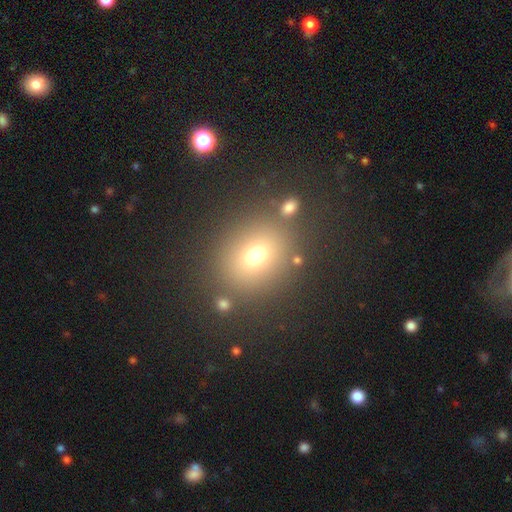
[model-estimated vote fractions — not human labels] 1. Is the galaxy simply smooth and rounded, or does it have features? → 71% smooth, 18% star or artifact, 11% featured or disk.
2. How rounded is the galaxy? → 67% round, 31% in between, 1% cigar-shaped.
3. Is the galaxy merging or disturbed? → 80% none, 9% minor disturbance, 6% merger, 4% major disturbance.